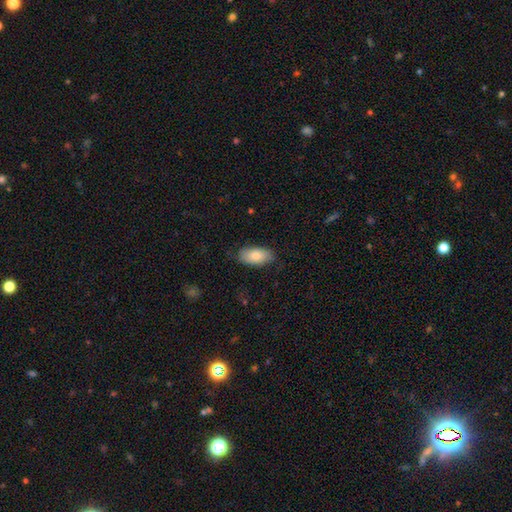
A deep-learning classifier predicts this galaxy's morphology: Smooth or featured: smooth — 82% (featured or disk — 12%)
How rounded: in between — 93% (cigar-shaped — 4%)
Merging: none — 78% (minor disturbance — 17%)